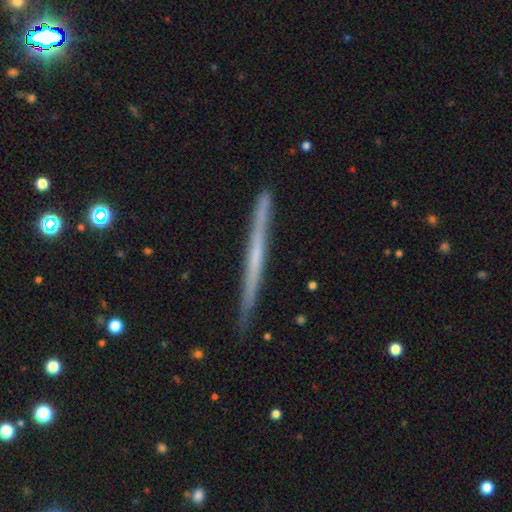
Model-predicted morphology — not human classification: Q: Smooth or featured?
A: featured or disk (60%); runner-up: smooth (34%)
Q: Edge-on disk?
A: yes (98%); runner-up: no (2%)
Q: Edge-on bulge?
A: none (86%); runner-up: rounded (9%)
Q: Merging?
A: none (88%); runner-up: minor disturbance (9%)